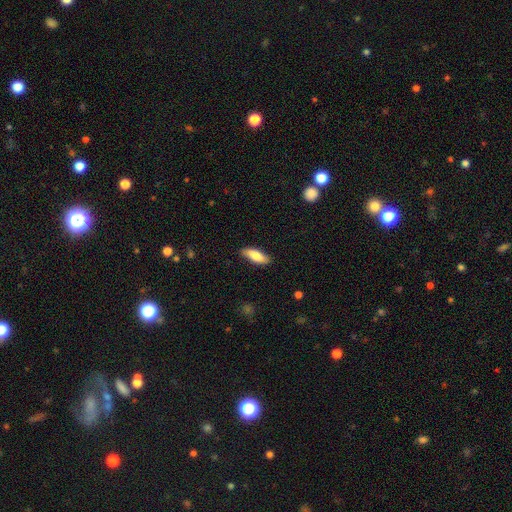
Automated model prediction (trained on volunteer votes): Smooth or featured? Predicted: smooth (p=0.80). How rounded? Predicted: in between (p=0.68). Merging? Predicted: none (p=0.84).